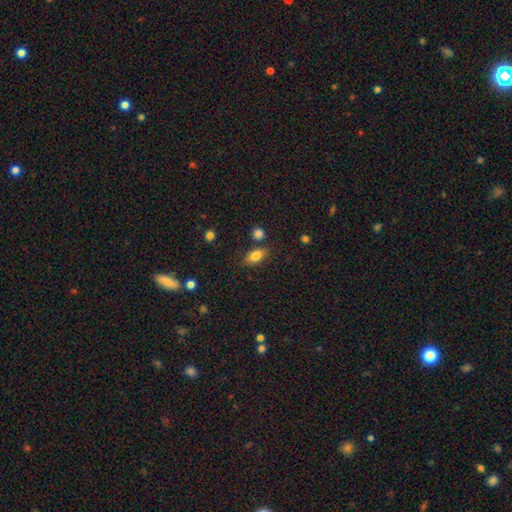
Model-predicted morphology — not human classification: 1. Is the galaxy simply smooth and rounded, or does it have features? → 81% smooth, 10% featured or disk, 9% star or artifact.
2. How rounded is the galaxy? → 85% in between, 11% round, 4% cigar-shaped.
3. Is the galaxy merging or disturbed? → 76% none, 13% minor disturbance, 7% merger, 3% major disturbance.